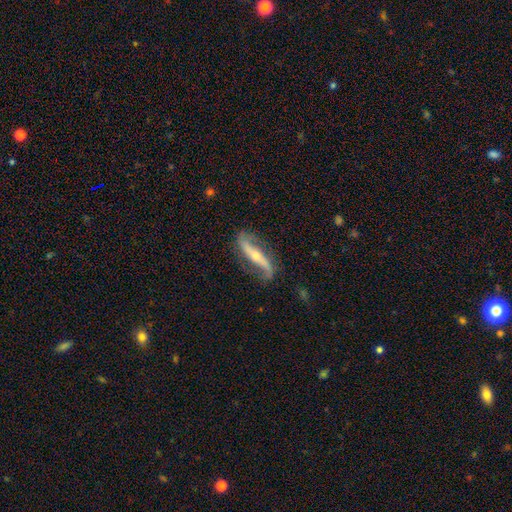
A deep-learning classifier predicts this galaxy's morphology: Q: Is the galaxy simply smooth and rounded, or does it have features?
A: featured or disk — 84%.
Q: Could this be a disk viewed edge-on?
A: no — 71%.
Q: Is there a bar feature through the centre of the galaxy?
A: strong — 56%.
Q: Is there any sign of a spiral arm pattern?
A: yes — 91%.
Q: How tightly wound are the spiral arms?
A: loose — 75%.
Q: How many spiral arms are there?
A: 2 — 90%.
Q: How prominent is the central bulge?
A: small — 55%.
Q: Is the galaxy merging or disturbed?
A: none — 76%.